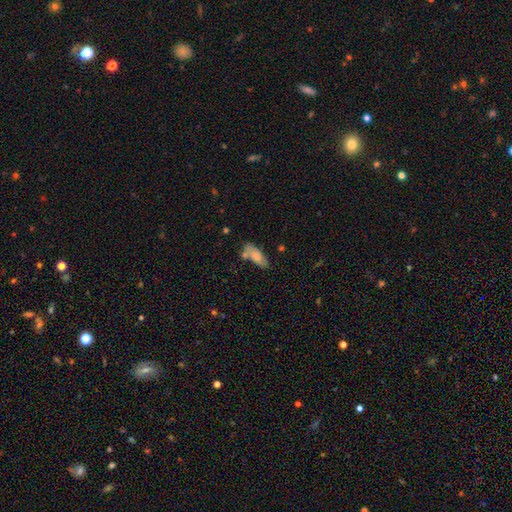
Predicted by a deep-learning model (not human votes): smooth_or_featured: smooth (p=0.71) [alt: featured or disk p=0.22]
how_rounded: in between (p=0.80) [alt: cigar-shaped p=0.18]
merging: none (p=0.54) [alt: minor disturbance p=0.21]